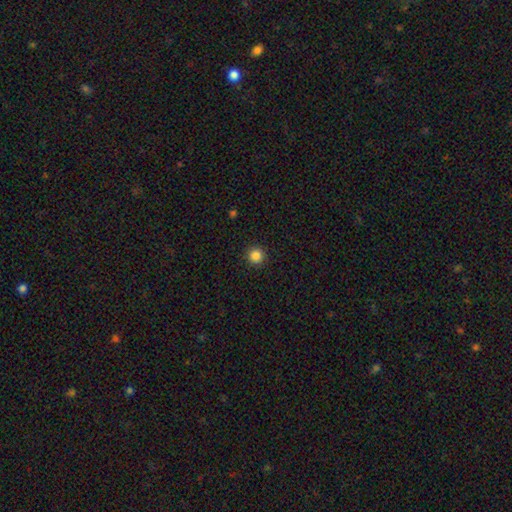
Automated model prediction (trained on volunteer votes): Overall: smooth (86%). How rounded: round (96%). Merging: none (92%).